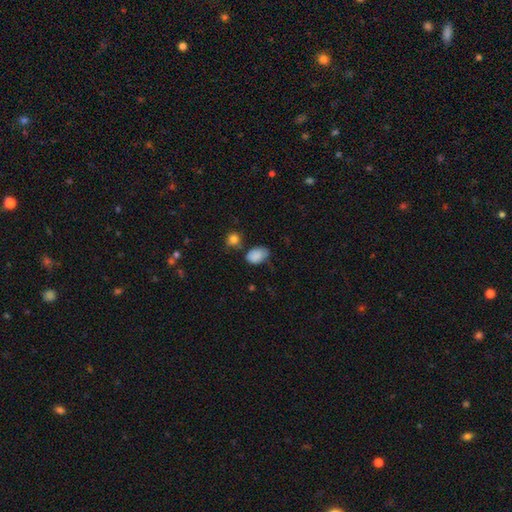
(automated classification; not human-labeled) smooth 85%, star or artifact 9%, featured or disk 7%. Down the decision tree: how rounded — in between (85%); merging — none (52%).